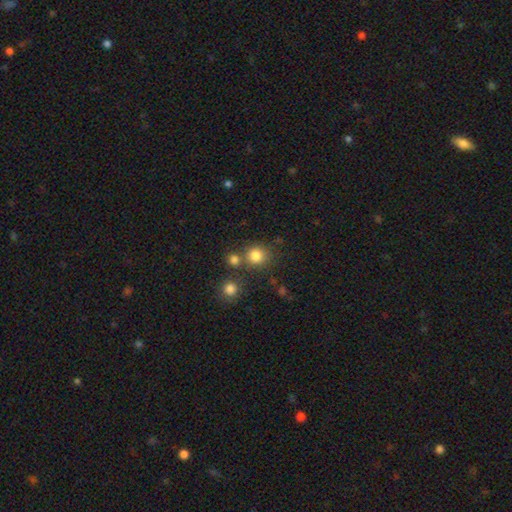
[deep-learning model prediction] smooth_or_featured: smooth (p=0.81) [alt: star or artifact p=0.13]
how_rounded: round (p=0.88) [alt: in between p=0.11]
merging: none (p=0.69) [alt: merger p=0.18]